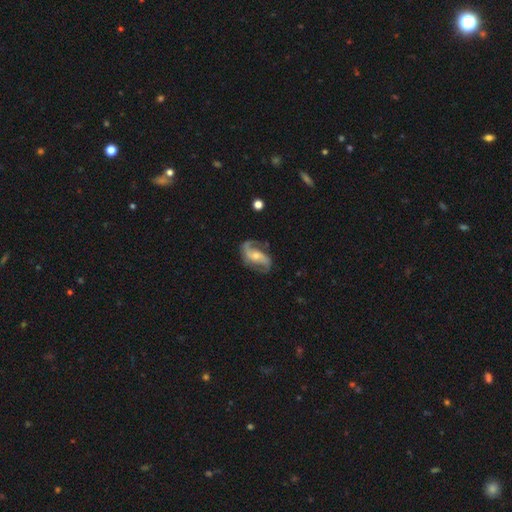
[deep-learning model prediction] featured or disk 87%, smooth 8%, star or artifact 5%. Down the decision tree: edge-on disk — no (97%); bar — no (39%); spiral arms — yes (96%); spiral arm count — 2 (91%); spiral winding — loose (50%); bulge size — small (51%); merging — none (73%).